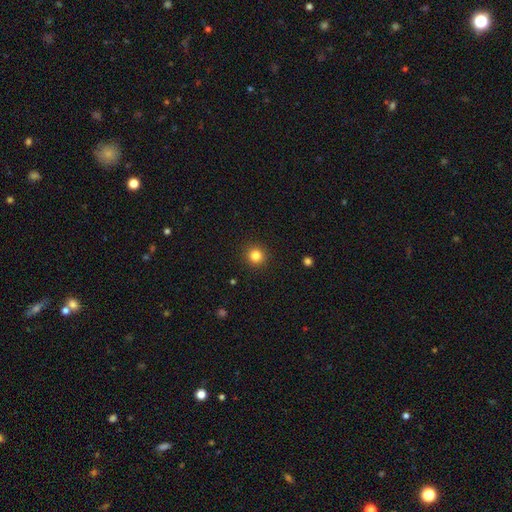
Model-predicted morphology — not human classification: smooth-or-featured: smooth: 83% | star or artifact: 12% | featured or disk: 5%
  how-rounded: round: 95% | in between: 5% | cigar-shaped: 1%
  merging: none: 92% | minor disturbance: 5% | major disturbance: 2% | merger: 1%